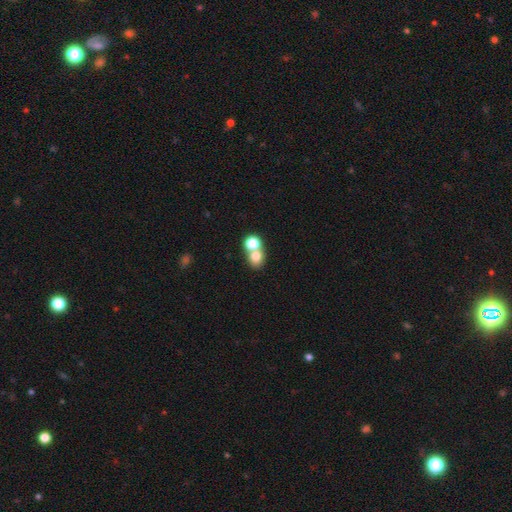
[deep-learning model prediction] Smooth or featured: smooth — 74% (star or artifact — 13%)
How rounded: round — 68% (in between — 30%)
Merging: merger — 52% (none — 39%)